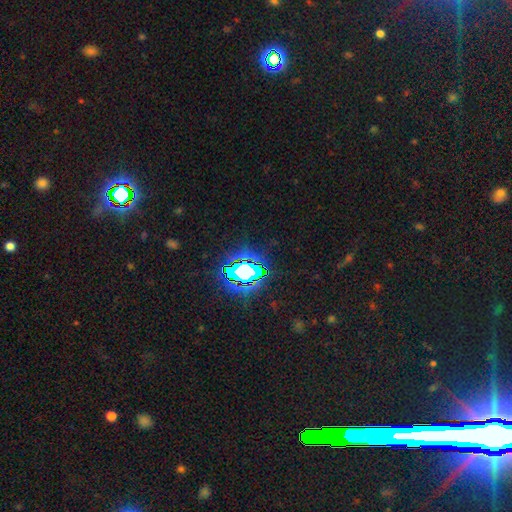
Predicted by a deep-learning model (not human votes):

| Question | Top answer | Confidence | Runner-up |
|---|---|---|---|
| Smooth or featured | star or artifact | 78% | smooth (13%) |